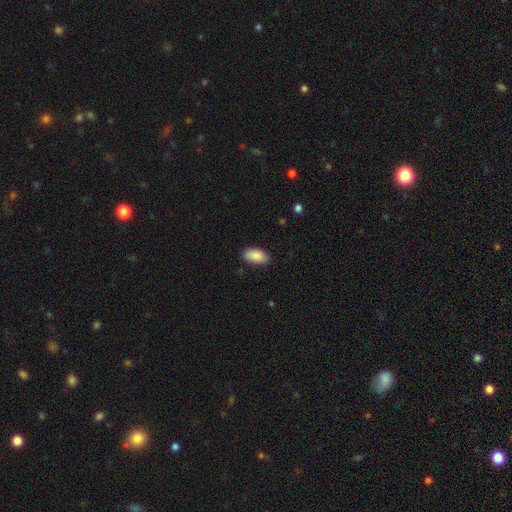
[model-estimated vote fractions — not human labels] This appears to be a smooth galaxy with no disk features (89%) that is in between round and cigar-shaped (94%). Merging: none (85%).